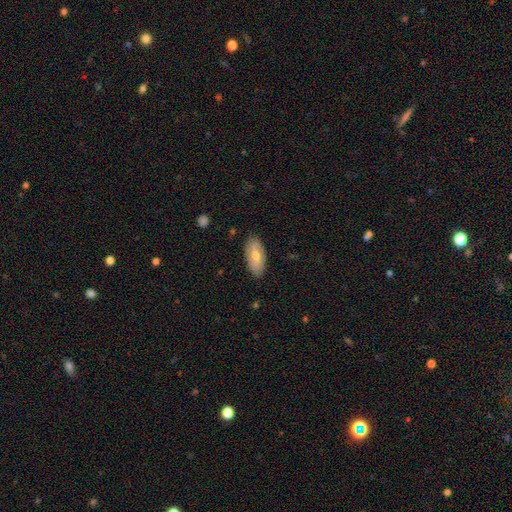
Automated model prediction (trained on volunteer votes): smooth 56%, featured or disk 36%, star or artifact 7%. Down the decision tree: how rounded — in between (90%); merging — none (85%).